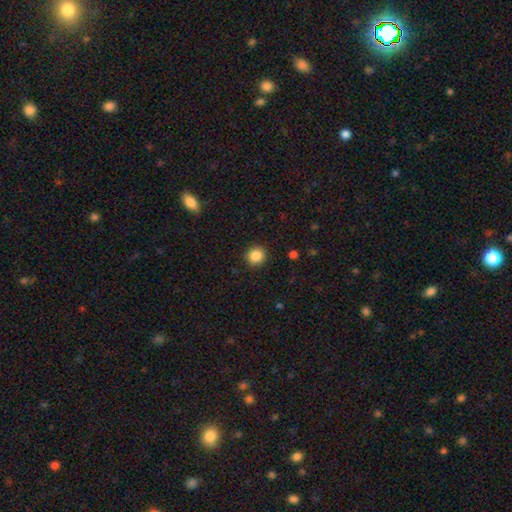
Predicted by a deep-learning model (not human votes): Q: Smooth or featured?
A: smooth (86%); runner-up: star or artifact (10%)
Q: How rounded?
A: round (89%); runner-up: in between (10%)
Q: Merging?
A: none (91%); runner-up: minor disturbance (6%)